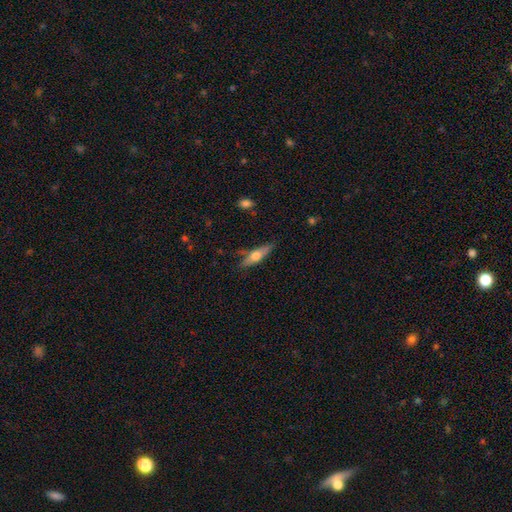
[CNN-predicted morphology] type=smooth (51%); roundness=cigar-shaped (66%); merging=none (72%).